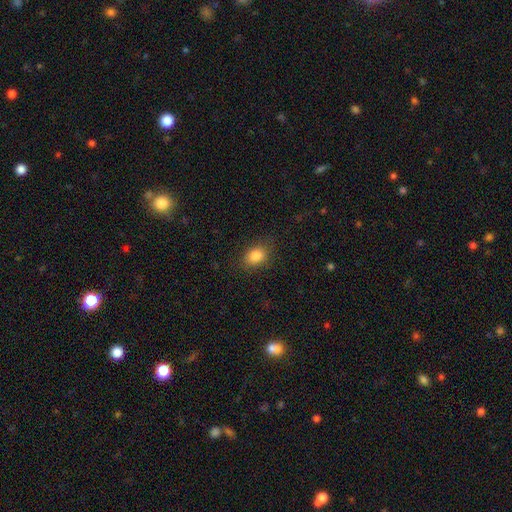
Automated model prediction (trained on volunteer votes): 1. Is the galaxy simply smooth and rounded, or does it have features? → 84% smooth, 10% star or artifact, 6% featured or disk.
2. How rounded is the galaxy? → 69% in between, 30% round, 1% cigar-shaped.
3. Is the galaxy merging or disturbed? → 83% none, 12% minor disturbance, 4% major disturbance, 1% merger.